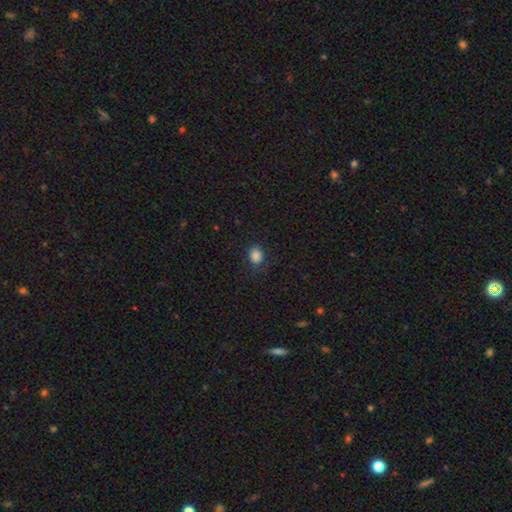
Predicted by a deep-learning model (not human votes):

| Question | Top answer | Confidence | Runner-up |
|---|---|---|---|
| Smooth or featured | smooth | 85% | star or artifact (11%) |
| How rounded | in between | 51% | round (48%) |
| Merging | none | 81% | minor disturbance (13%) |